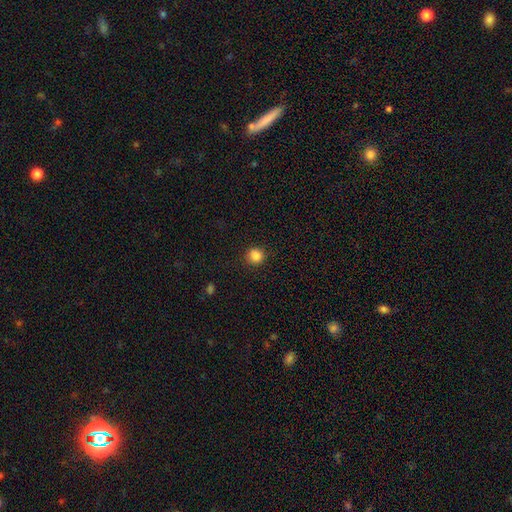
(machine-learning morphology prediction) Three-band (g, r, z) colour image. It shows a smooth galaxy with no disk features (84%) that is round (89%). Merging: none (88%).